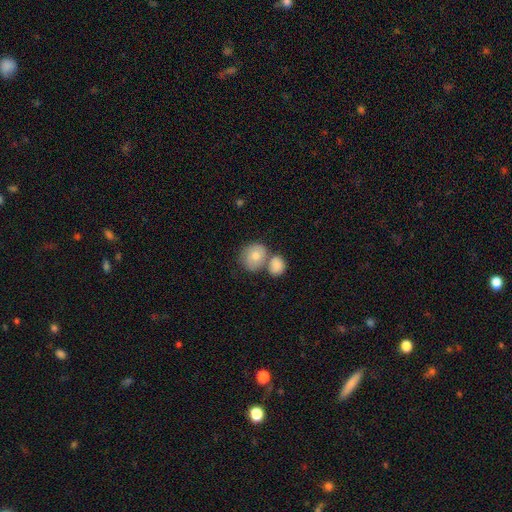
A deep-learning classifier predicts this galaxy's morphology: smooth_or_featured: smooth (p=0.72) [alt: featured or disk p=0.20]
how_rounded: round (p=0.75) [alt: in between p=0.24]
merging: merger (p=0.45) [alt: none p=0.39]